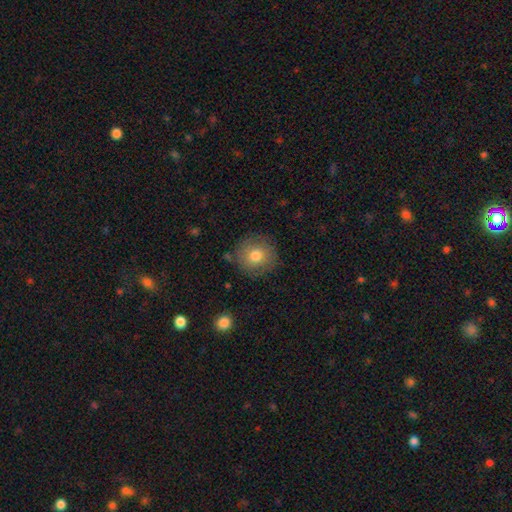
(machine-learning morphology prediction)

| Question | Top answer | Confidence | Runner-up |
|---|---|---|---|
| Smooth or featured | smooth | 78% | featured or disk (13%) |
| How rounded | round | 92% | in between (7%) |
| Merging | none | 84% | minor disturbance (11%) |